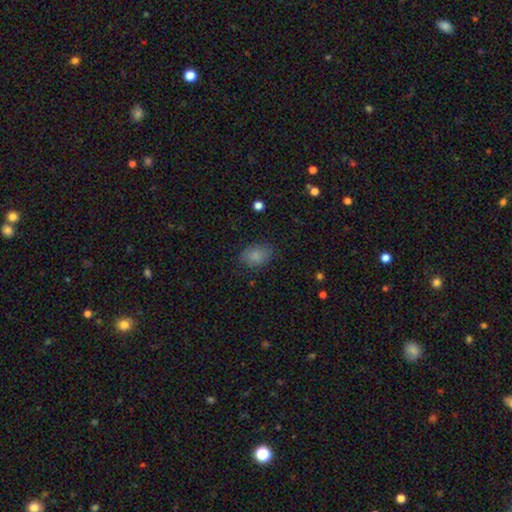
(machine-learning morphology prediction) type=smooth (84%); roundness=in between (80%); merging=none (80%).